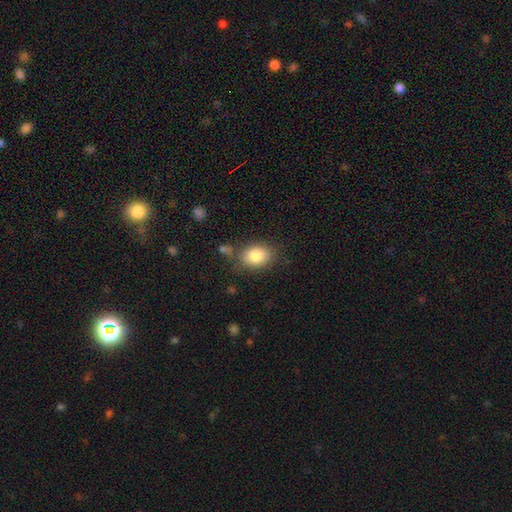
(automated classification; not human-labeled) This appears to be a smooth galaxy with no disk features (83%) that is in between round and cigar-shaped (74%). Merging: none (75%).